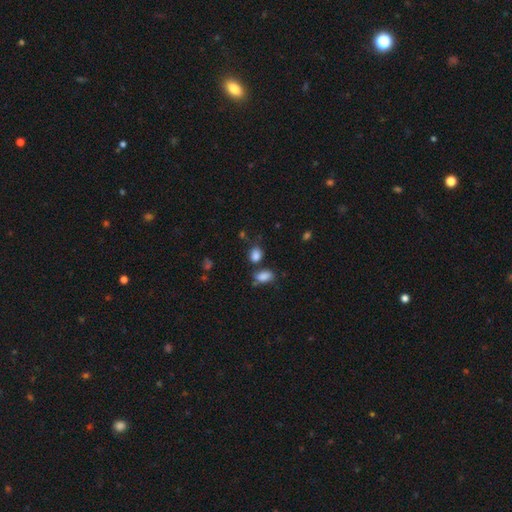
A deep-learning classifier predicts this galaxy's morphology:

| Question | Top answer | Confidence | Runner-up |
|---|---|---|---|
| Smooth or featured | smooth | 83% | star or artifact (12%) |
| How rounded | in between | 67% | round (31%) |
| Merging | none | 58% | merger (19%) |